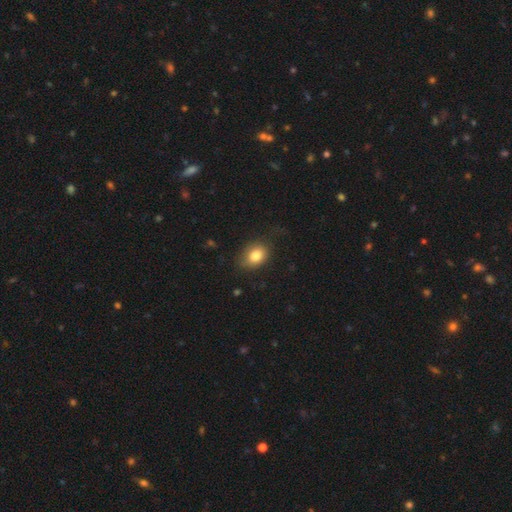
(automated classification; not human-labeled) Smooth or featured?
  - smooth: 82% *
  - featured or disk: 9%
  - star or artifact: 9%
How rounded?
  - in between: 64% *
  - round: 35%
  - cigar-shaped: 1%
Merging?
  - none: 71% *
  - minor disturbance: 20%
  - major disturbance: 7%
  - merger: 1%